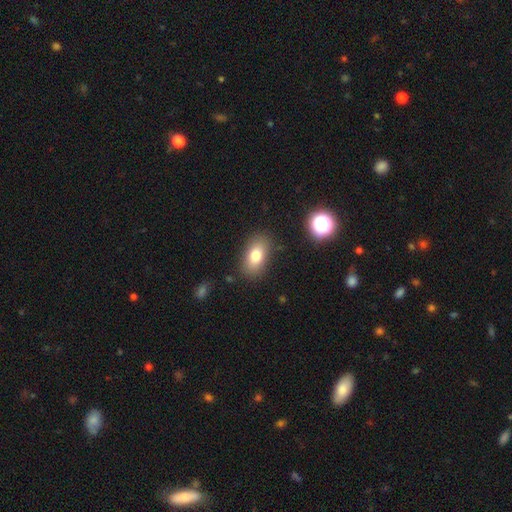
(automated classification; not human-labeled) Morphology: type=smooth (78%); roundness=in between (89%); merging=none (84%).